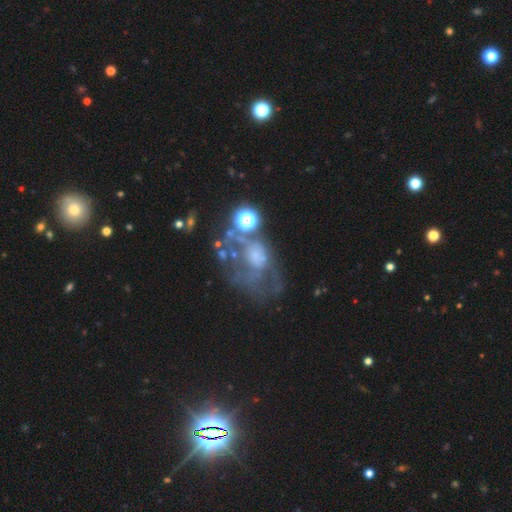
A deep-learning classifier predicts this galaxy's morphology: Q: Smooth or featured?
A: featured or disk (50%); runner-up: smooth (29%)
Q: Merging?
A: major disturbance (40%); runner-up: none (27%)